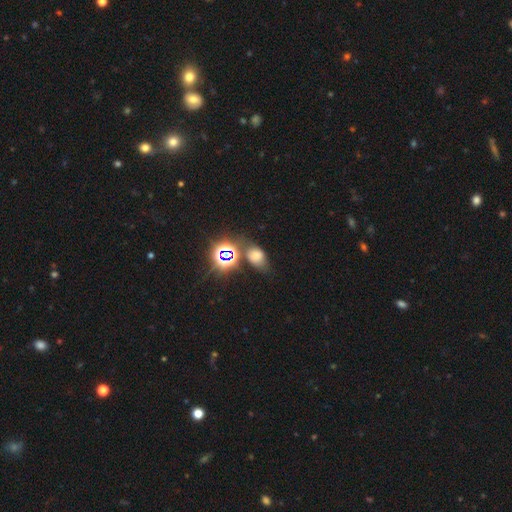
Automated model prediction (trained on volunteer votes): Overall: smooth (55%; star or artifact 33%). How rounded: in between (74%). Merging: none (55%; minor disturbance 23%).